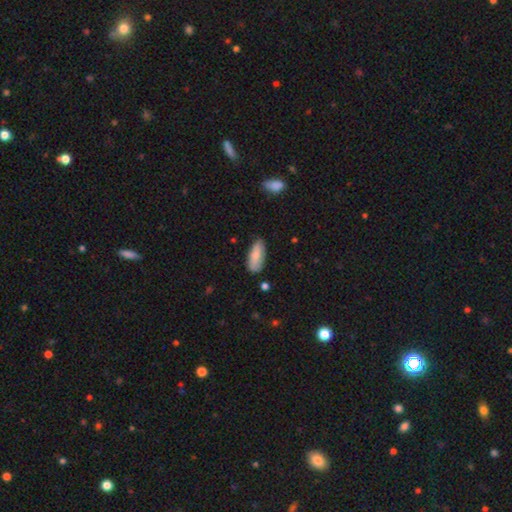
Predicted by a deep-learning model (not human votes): smooth 83%, featured or disk 11%, star or artifact 6%. Down the decision tree: how rounded — in between (79%); merging — none (76%).